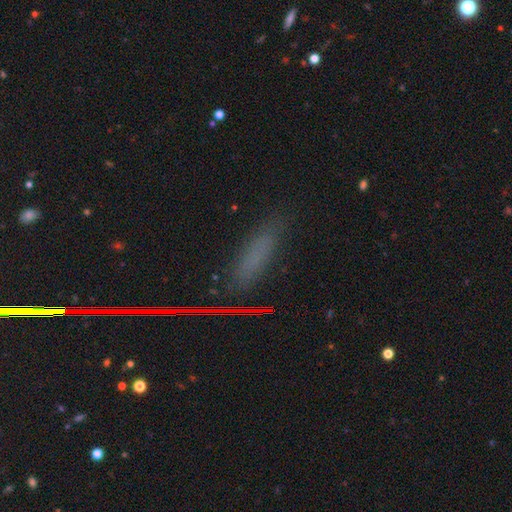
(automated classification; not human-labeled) smooth_or_featured: smooth (p=0.54) [alt: star or artifact p=0.27]
how_rounded: cigar-shaped (p=0.67) [alt: in between p=0.29]
merging: none (p=0.78) [alt: minor disturbance p=0.14]